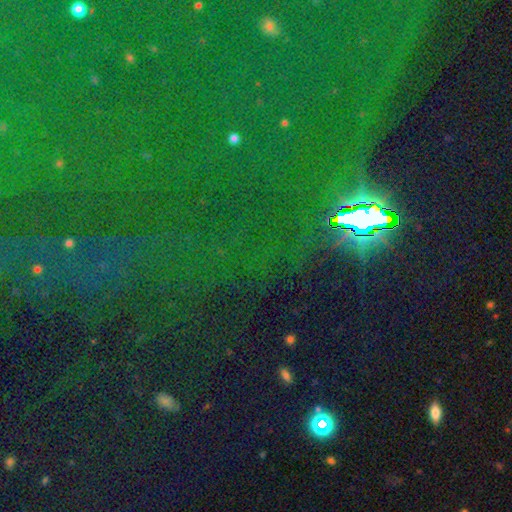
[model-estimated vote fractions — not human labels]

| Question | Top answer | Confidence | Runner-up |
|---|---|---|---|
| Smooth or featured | star or artifact | 86% | smooth (8%) |